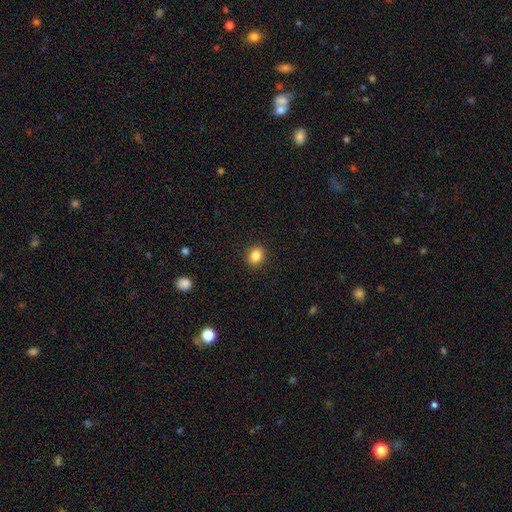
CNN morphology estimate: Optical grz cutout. It shows a smooth galaxy with no disk features (86%) that is round (57%). Merging: none (91%).